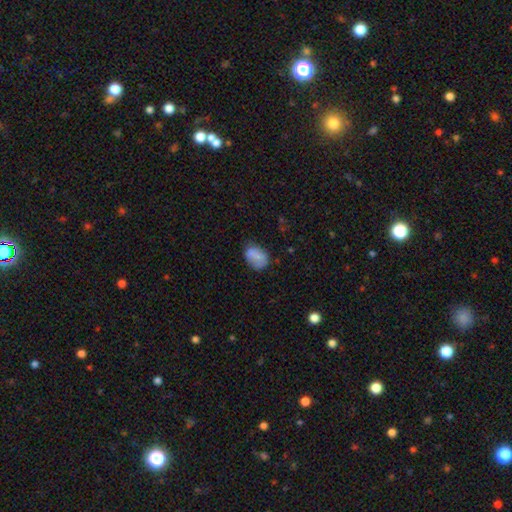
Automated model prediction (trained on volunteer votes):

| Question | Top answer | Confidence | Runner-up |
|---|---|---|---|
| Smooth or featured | smooth | 79% | featured or disk (13%) |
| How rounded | in between | 76% | round (23%) |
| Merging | none | 56% | minor disturbance (30%) |